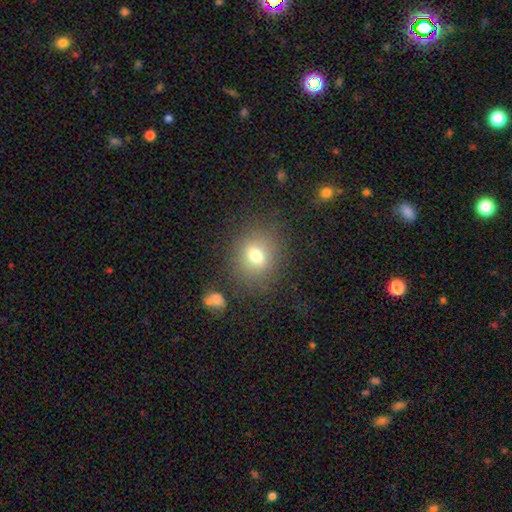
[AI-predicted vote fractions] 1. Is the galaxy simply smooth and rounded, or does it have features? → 70% smooth, 16% featured or disk, 14% star or artifact.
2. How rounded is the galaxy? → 59% round, 40% in between, 1% cigar-shaped.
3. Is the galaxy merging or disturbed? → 79% none, 12% minor disturbance, 6% major disturbance, 3% merger.